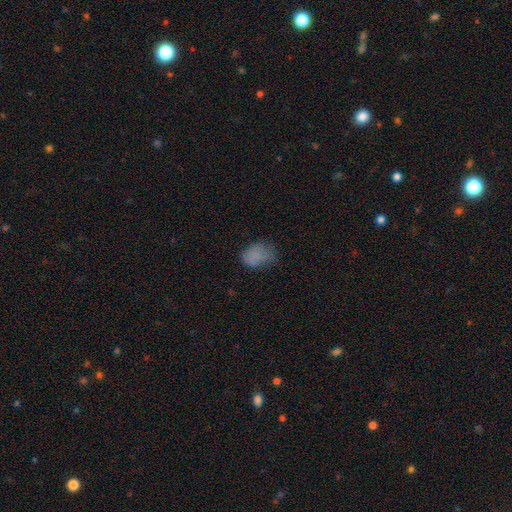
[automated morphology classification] This is likely a smooth galaxy (75%). How rounded: likely in between (75%). Merging: marginally none (45%).